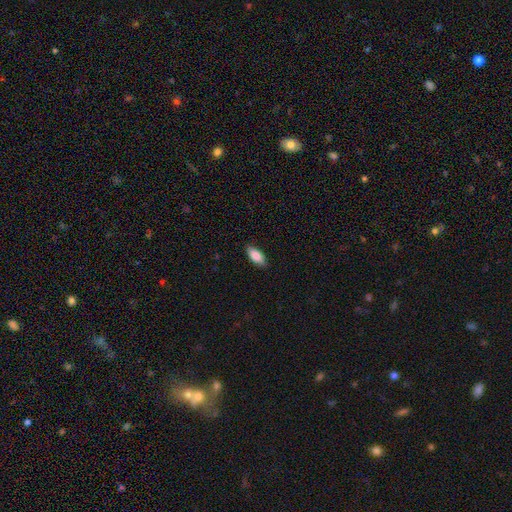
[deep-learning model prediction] A smooth galaxy with no disk features (83%) that is in between round and cigar-shaped (86%).

Vote fractions:
- Smooth or featured? smooth: 83% / featured or disk: 11% / star or artifact: 6%
- How rounded? in between: 86% / cigar-shaped: 12% / round: 2%
- Merging? none: 88% / minor disturbance: 10% / major disturbance: 2% / merger: 1%